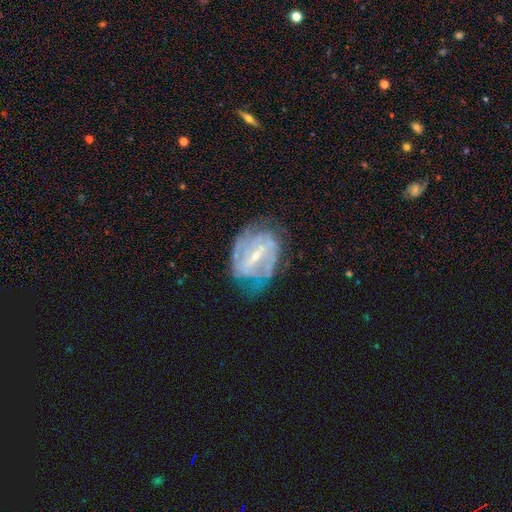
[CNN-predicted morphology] A featured or disk galaxy (82%) with a strong bar (51%), 2 (45%) tight (48%) spiral arms (81%) and a small central bulge (69%). Merging: none (61%).